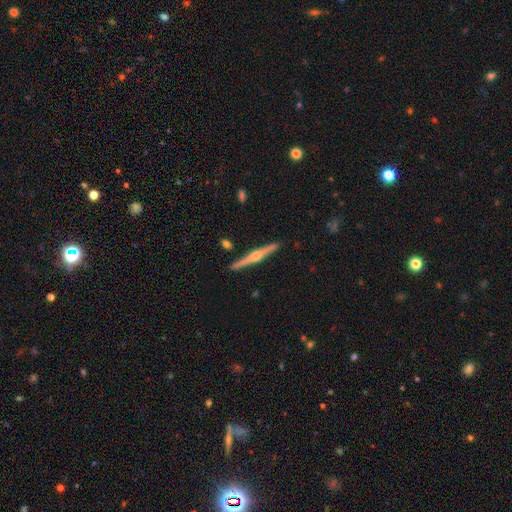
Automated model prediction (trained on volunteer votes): Smooth or featured?
  - featured or disk: 81% *
  - smooth: 14%
  - star or artifact: 5%
Edge-on disk?
  - yes: 99% *
  - no: 1%
Edge-on bulge?
  - rounded: 92% *
  - boxy: 5%
  - none: 3%
Merging?
  - none: 91% *
  - minor disturbance: 6%
  - merger: 2%
  - major disturbance: 1%